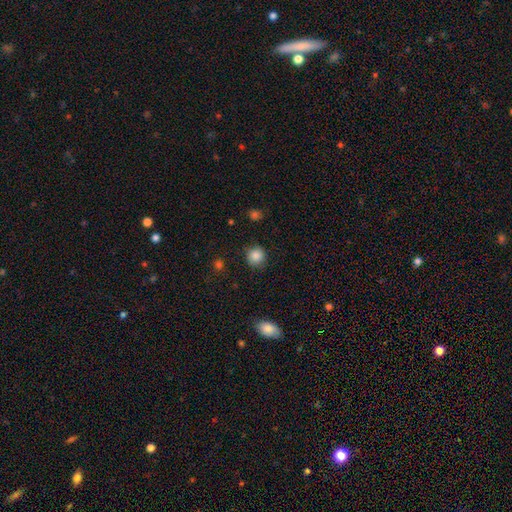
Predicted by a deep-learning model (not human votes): A smooth galaxy with no disk features (87%) that is round (92%).

Vote fractions:
- Smooth or featured? smooth: 87% / star or artifact: 9% / featured or disk: 4%
- How rounded? round: 92% / in between: 7% / cigar-shaped: 1%
- Merging? none: 85% / minor disturbance: 10% / major disturbance: 3% / merger: 1%